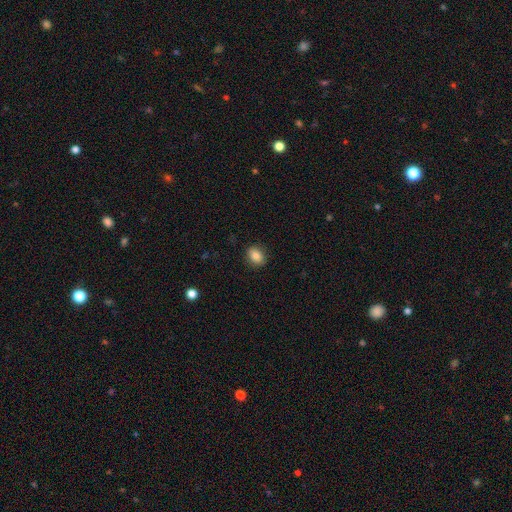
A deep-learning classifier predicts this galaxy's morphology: Overall: smooth (85%). How rounded: in between (61%; round 38%). Merging: none (87%).